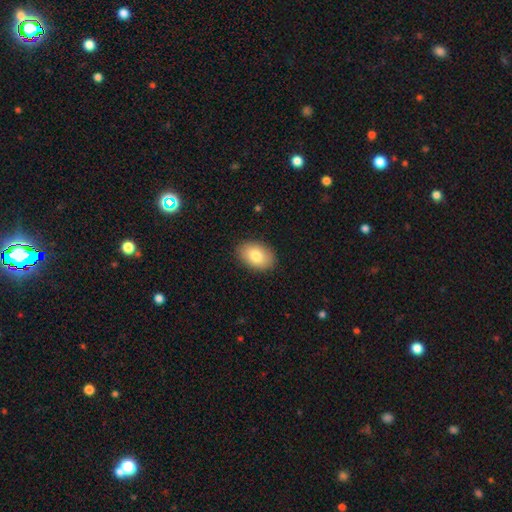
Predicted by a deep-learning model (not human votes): smooth-or-featured: smooth: 82% | featured or disk: 11% | star or artifact: 7%
  how-rounded: in between: 88% | round: 11% | cigar-shaped: 1%
  merging: none: 89% | minor disturbance: 9% | major disturbance: 2% | merger: 1%